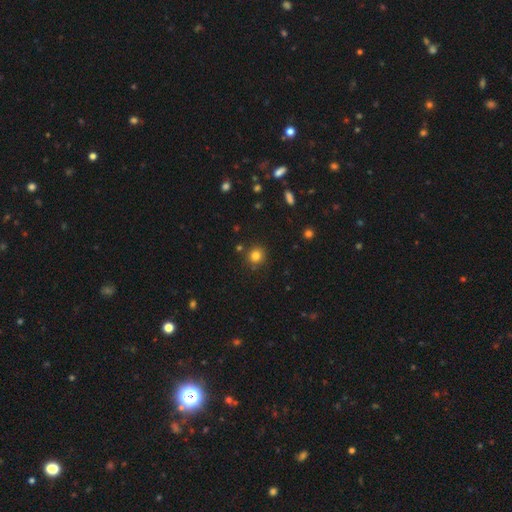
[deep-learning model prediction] Q: Smooth or featured?
A: smooth (81%); runner-up: star or artifact (13%)
Q: How rounded?
A: round (90%); runner-up: in between (9%)
Q: Merging?
A: none (86%); runner-up: minor disturbance (8%)